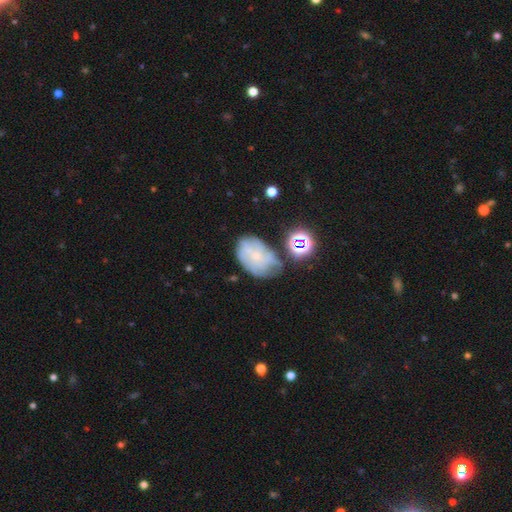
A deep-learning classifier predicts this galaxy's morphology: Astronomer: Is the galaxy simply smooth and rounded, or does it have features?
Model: featured or disk — 56%.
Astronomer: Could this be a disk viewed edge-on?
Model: no — 96%.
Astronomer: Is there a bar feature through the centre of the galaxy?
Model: no — 78%.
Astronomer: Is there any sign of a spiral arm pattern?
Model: yes — 76%.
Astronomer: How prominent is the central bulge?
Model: small — 75%.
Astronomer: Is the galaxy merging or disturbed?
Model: none — 55%.